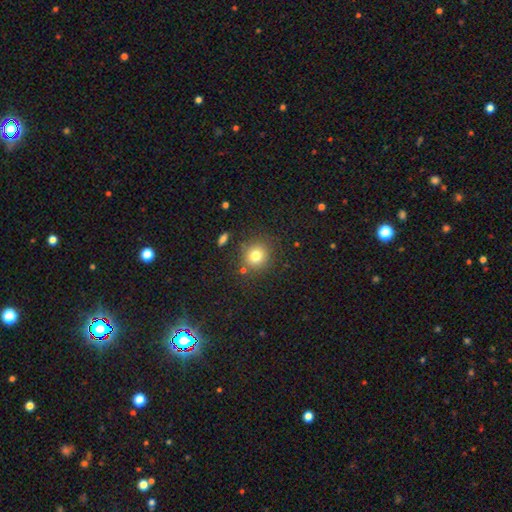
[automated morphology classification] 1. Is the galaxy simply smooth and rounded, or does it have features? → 79% smooth, 13% star or artifact, 8% featured or disk.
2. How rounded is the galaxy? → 86% round, 13% in between, 1% cigar-shaped.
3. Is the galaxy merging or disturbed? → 82% none, 10% minor disturbance, 5% merger, 3% major disturbance.